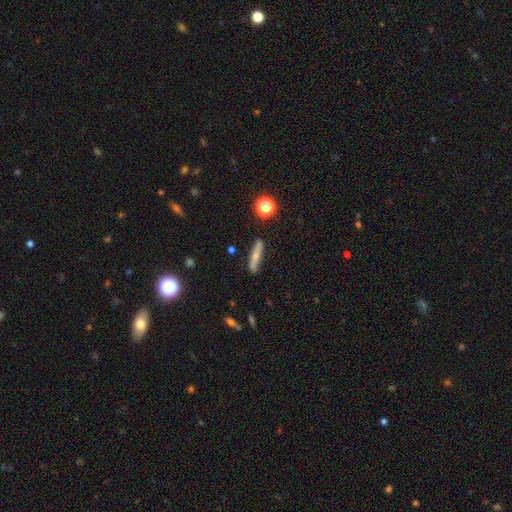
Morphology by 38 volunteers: This appears to be a smooth galaxy with no disk features (76%) that is cigar-shaped (83%). Merging: none (78%).